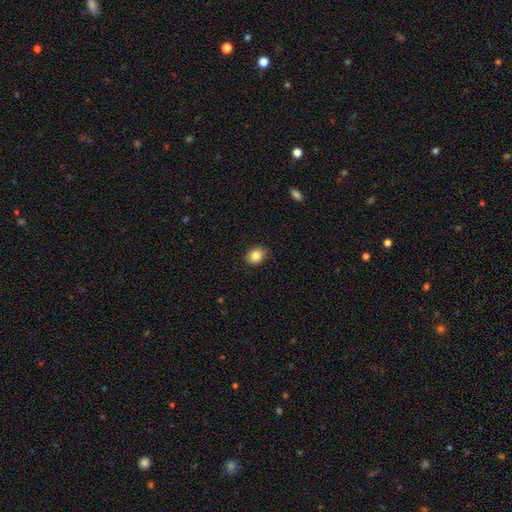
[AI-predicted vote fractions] Q: Smooth or featured?
A: smooth (84%); runner-up: star or artifact (9%)
Q: How rounded?
A: in between (56%); runner-up: round (43%)
Q: Merging?
A: none (87%); runner-up: minor disturbance (10%)